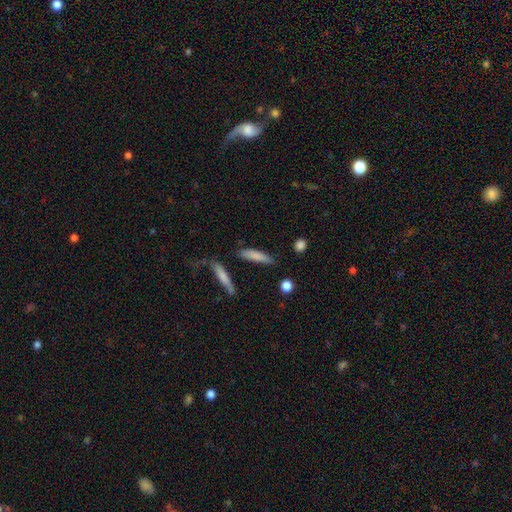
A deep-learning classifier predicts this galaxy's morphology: Smooth or featured?
  - smooth: 77% *
  - featured or disk: 16%
  - star or artifact: 7%
How rounded?
  - cigar-shaped: 81% *
  - in between: 17%
  - round: 2%
Merging?
  - none: 75% *
  - minor disturbance: 15%
  - merger: 6%
  - major disturbance: 4%